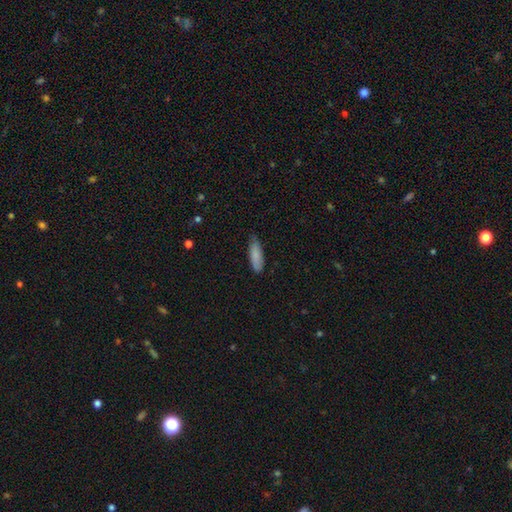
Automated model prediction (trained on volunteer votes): Morphology: type=smooth (85%); roundness=in between (50%); merging=none (76%).